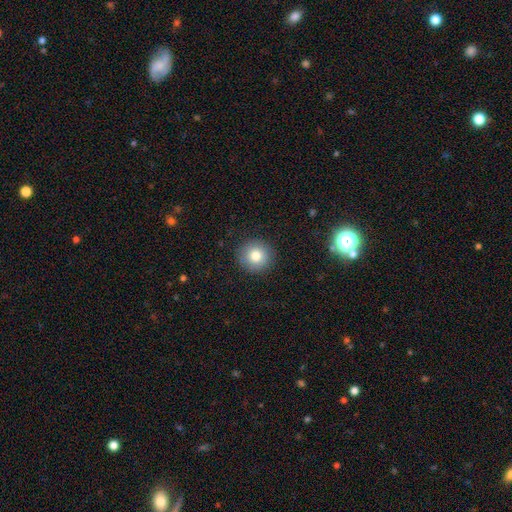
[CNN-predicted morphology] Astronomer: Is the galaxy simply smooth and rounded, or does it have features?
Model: smooth — 78%.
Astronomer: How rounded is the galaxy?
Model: round — 95%.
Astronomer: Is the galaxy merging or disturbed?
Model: none — 91%.